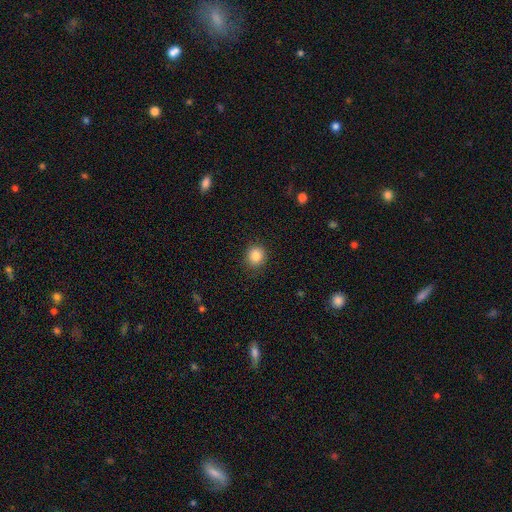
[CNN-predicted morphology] Smooth or featured? smooth (86%)
How rounded? round (81%)
Merging? none (87%)